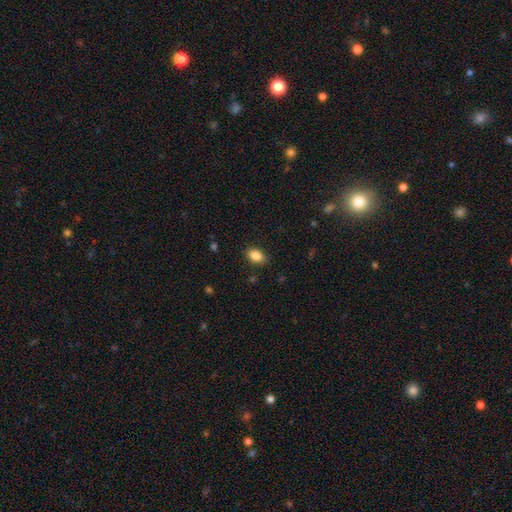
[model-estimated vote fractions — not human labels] A smooth galaxy with no disk features (86%) that is in between round and cigar-shaped (83%). Merging: none (85%).